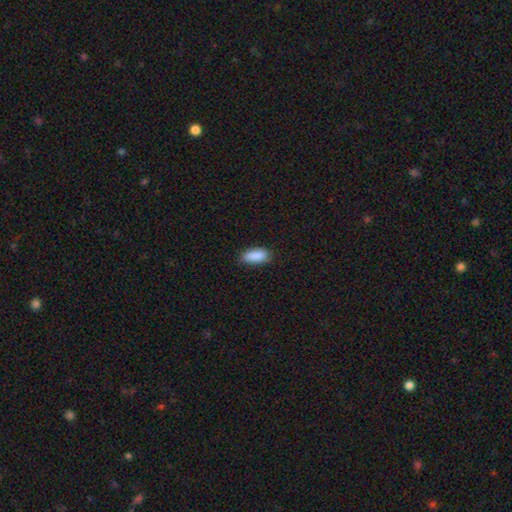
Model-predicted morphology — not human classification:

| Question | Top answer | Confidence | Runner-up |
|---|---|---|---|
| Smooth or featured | smooth | 90% | star or artifact (7%) |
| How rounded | in between | 83% | cigar-shaped (15%) |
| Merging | none | 83% | minor disturbance (14%) |